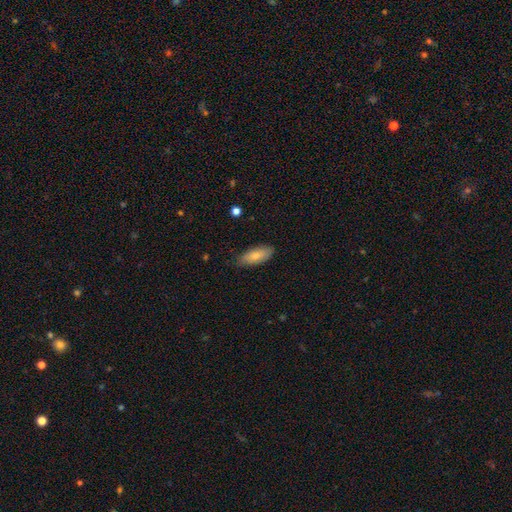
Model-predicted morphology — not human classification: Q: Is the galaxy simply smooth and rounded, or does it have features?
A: smooth — 79%.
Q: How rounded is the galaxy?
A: in between — 79%.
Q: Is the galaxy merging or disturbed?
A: none — 81%.